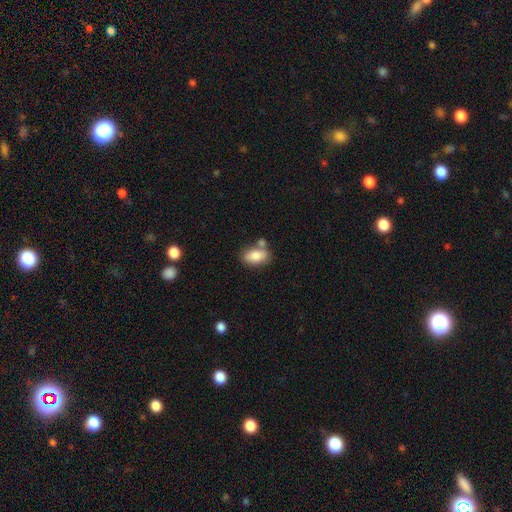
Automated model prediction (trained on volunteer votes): Smooth or featured? smooth (82%)
How rounded? in between (90%)
Merging? none (59%)